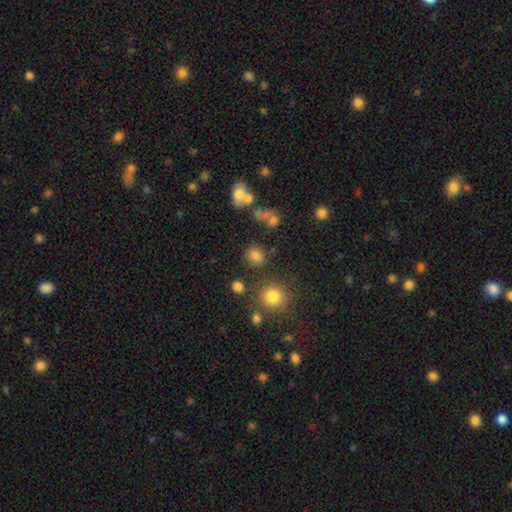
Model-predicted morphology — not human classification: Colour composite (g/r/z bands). It shows a smooth galaxy with no disk features (79%) that is round (82%). Merging: none (79%).